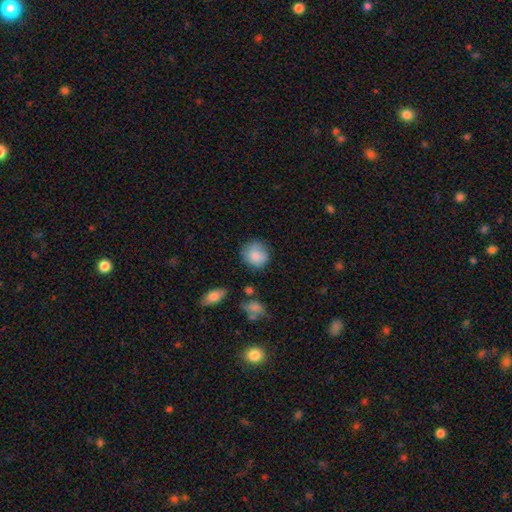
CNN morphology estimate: The model was most divided on "merging": none: 71%, minor disturbance: 20%, major disturbance: 6%, merger: 3%. More confident: how rounded — round (85%); smooth or featured — smooth (84%).